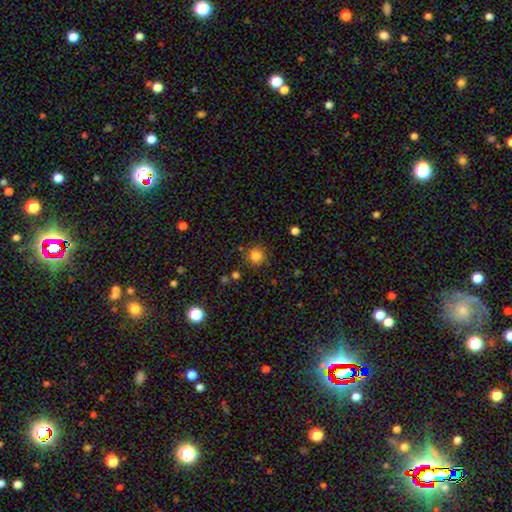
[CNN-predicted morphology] The model was most divided on "smooth or featured": smooth: 83%, star or artifact: 12%, featured or disk: 5%. More confident: how rounded — round (92%); merging — none (84%).